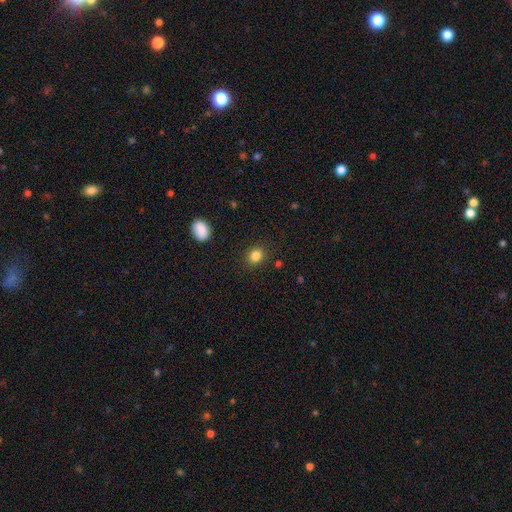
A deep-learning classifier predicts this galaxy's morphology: type=smooth (84%); roundness=round (61%); merging=none (87%).